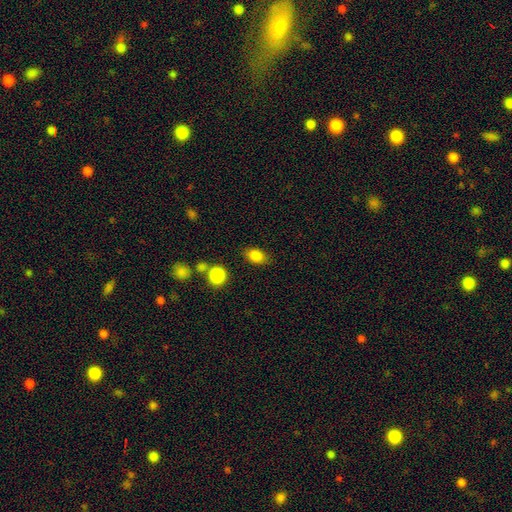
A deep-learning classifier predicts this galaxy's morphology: A smooth galaxy with no disk features (85%) that is in between round and cigar-shaped (78%). Merging: none (80%).